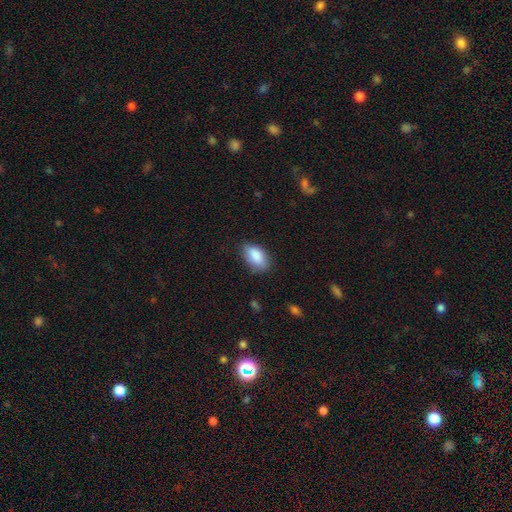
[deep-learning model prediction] Smooth or featured? smooth (87%)
How rounded? in between (92%)
Merging? none (74%)